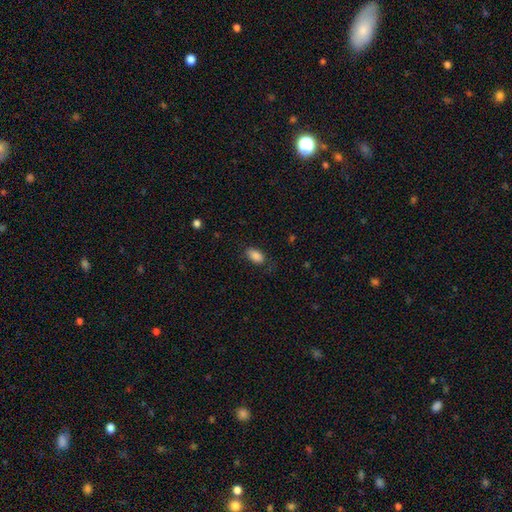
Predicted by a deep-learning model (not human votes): A smooth galaxy with no disk features (88%) that is in between round and cigar-shaped (92%).

Vote fractions:
- Smooth or featured? smooth: 88% / star or artifact: 8% / featured or disk: 4%
- How rounded? in between: 92% / round: 5% / cigar-shaped: 2%
- Merging? none: 76% / minor disturbance: 17% / major disturbance: 6% / merger: 1%